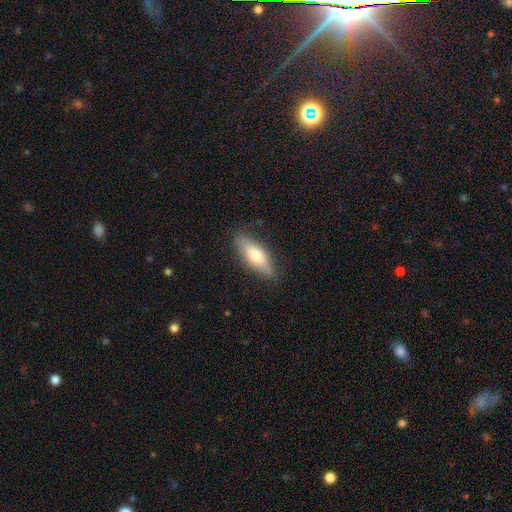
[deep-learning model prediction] A smooth galaxy with no disk features (67%) that is in between round and cigar-shaped (61%).

Vote fractions:
- Smooth or featured? smooth: 67% / featured or disk: 27% / star or artifact: 6%
- How rounded? in between: 61% / cigar-shaped: 36% / round: 2%
- Merging? none: 80% / minor disturbance: 16% / major disturbance: 3% / merger: 1%